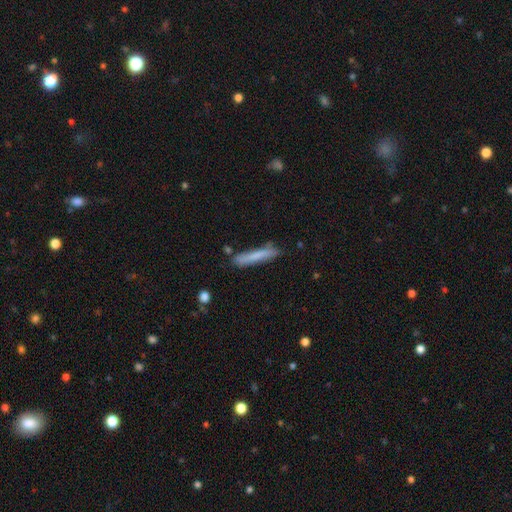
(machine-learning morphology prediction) This is likely a smooth galaxy (72%). How rounded: clearly cigar-shaped (93%). Merging: likely none (77%).